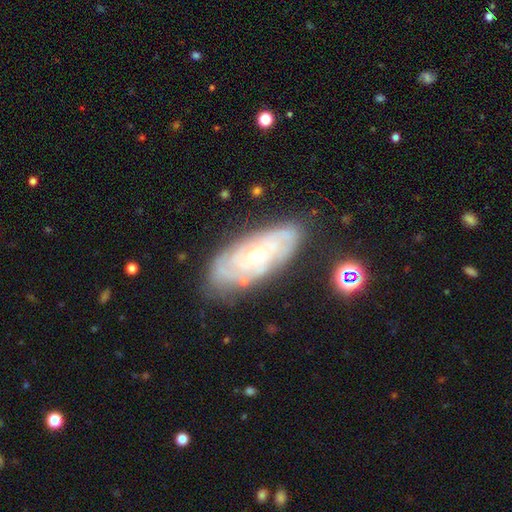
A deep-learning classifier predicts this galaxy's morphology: Smooth or featured? featured or disk (79%)
Edge-on disk? no (91%)
Bar? no (77%)
Spiral arms? yes (89%)
Spiral winding? tight (73%)
Spiral arm count? can't tell (50%)
Bulge size? small (61%)
Merging? none (76%)